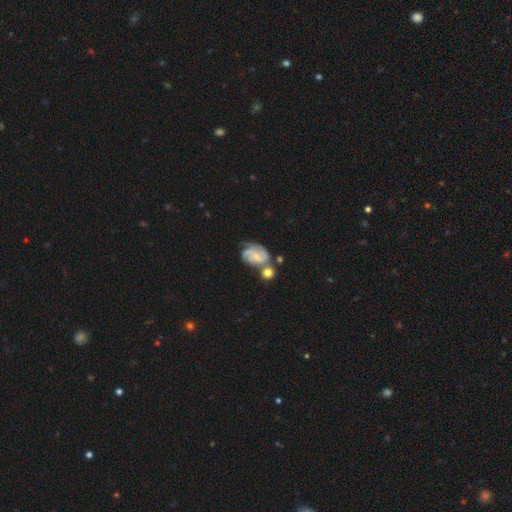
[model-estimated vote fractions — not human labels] This is likely a featured or disk galaxy (76%). It is clearly not viewed edge-on (98%). Bar: likely no (64%). Spiral arm pattern: clearly yes (93%). Spiral arm count: marginally 3 (38%). Spiral winding: possibly tight (49%). Central bulge: possibly small (59%). Merging: marginally none (41%).